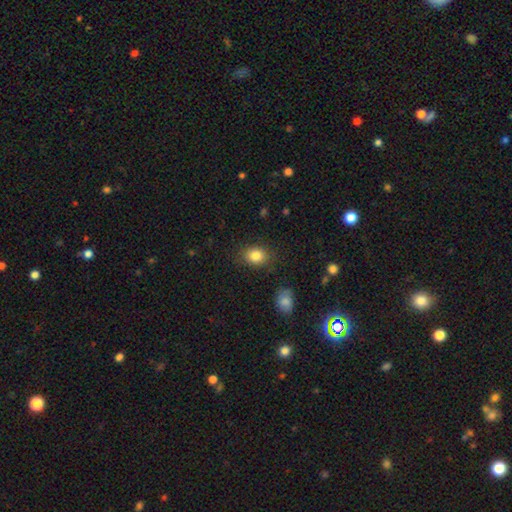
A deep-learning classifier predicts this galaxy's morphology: A smooth galaxy with no disk features (84%) that is in between round and cigar-shaped (57%). Merging: none (84%).